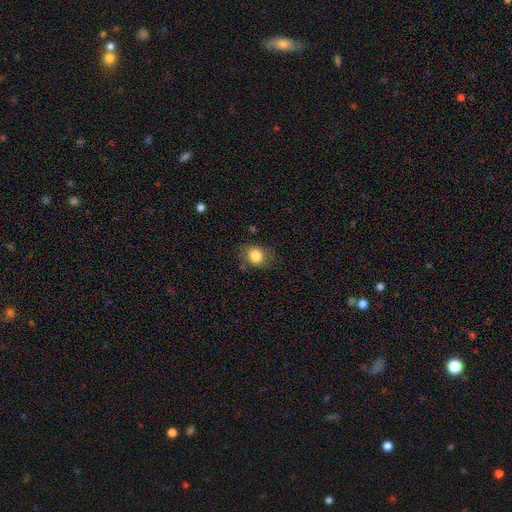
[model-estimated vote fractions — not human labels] This appears to be a smooth galaxy with no disk features (83%) that is round (54%). Merging: none (71%).